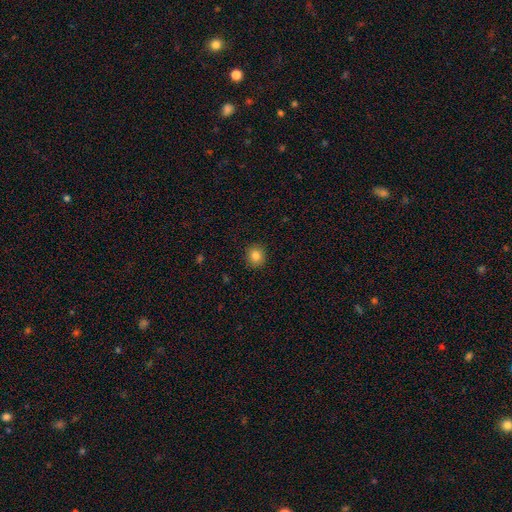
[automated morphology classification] This is clearly a smooth galaxy (84%). How rounded: clearly round (86%). Merging: clearly none (91%).